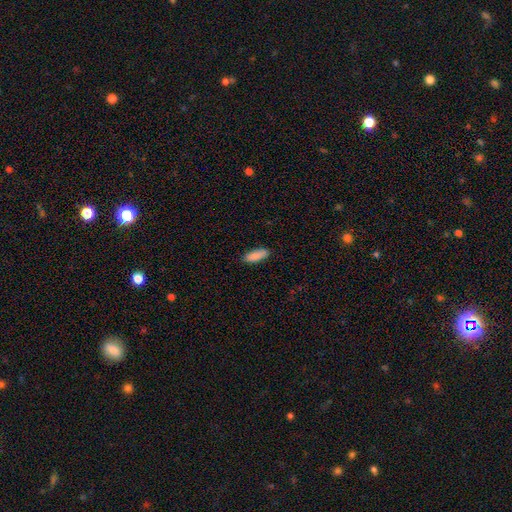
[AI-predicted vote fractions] Smooth or featured? Predicted: smooth (p=0.89). How rounded? Predicted: in between (p=0.64). Merging? Predicted: none (p=0.87).